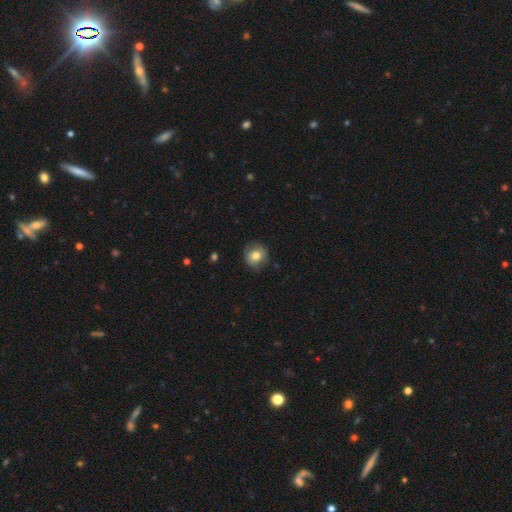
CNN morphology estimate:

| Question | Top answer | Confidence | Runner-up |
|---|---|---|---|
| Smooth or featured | smooth | 74% | featured or disk (17%) |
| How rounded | round | 87% | in between (12%) |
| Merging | none | 81% | minor disturbance (15%) |